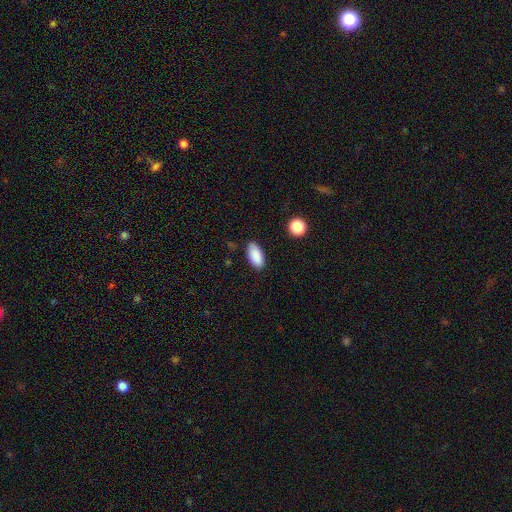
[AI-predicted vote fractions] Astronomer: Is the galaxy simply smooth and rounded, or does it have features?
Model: smooth — 89%.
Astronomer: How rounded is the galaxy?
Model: in between — 91%.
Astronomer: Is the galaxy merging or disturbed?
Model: none — 85%.